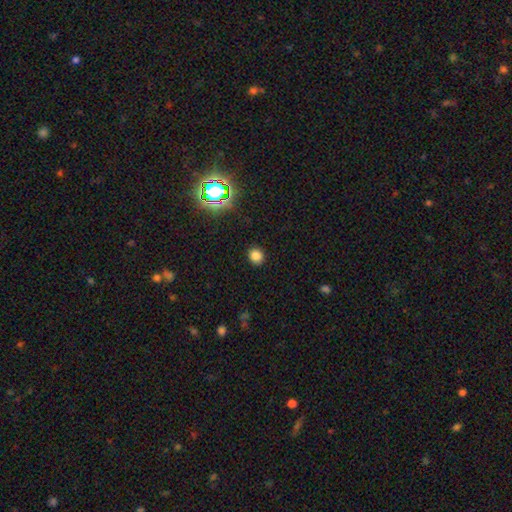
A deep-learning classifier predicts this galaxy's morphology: Smooth or featured: smooth — 79% (star or artifact — 16%)
How rounded: round — 81% (in between — 18%)
Merging: none — 90% (minor disturbance — 6%)